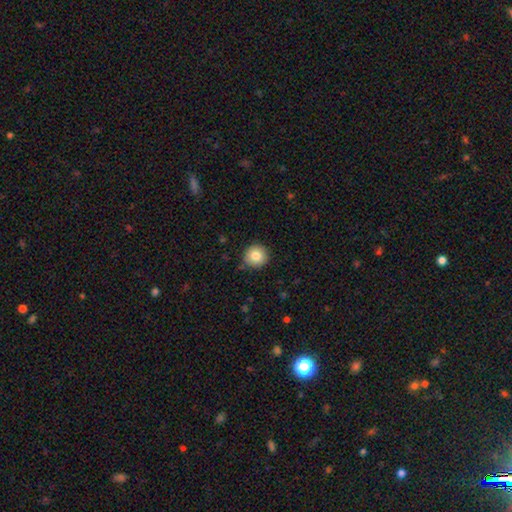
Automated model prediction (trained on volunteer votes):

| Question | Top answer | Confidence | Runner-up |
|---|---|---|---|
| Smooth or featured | smooth | 82% | star or artifact (9%) |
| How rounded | round | 94% | in between (5%) |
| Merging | none | 86% | minor disturbance (10%) |